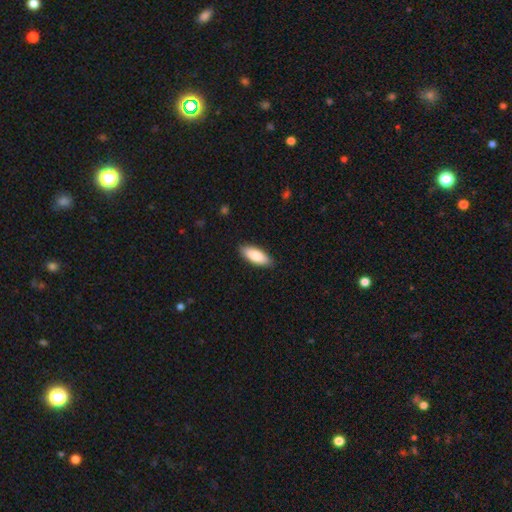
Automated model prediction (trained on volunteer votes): Morphology: type=smooth (86%); roundness=in between (78%); merging=none (87%).